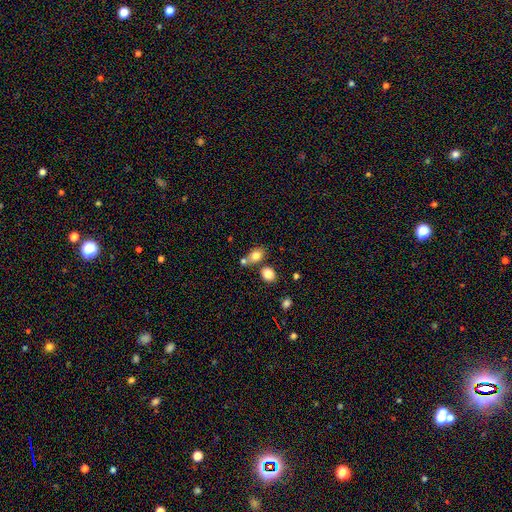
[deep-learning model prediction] Q: Smooth or featured?
A: smooth (79%); runner-up: star or artifact (10%)
Q: How rounded?
A: in between (53%); runner-up: round (45%)
Q: Merging?
A: none (47%); runner-up: merger (38%)